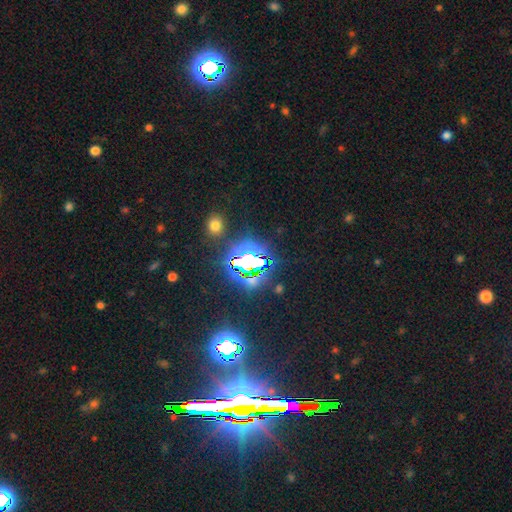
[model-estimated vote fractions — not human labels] A star or artifact, not a galaxy (76%).

Vote fractions:
- Smooth or featured? star or artifact: 76% / smooth: 15% / featured or disk: 9%